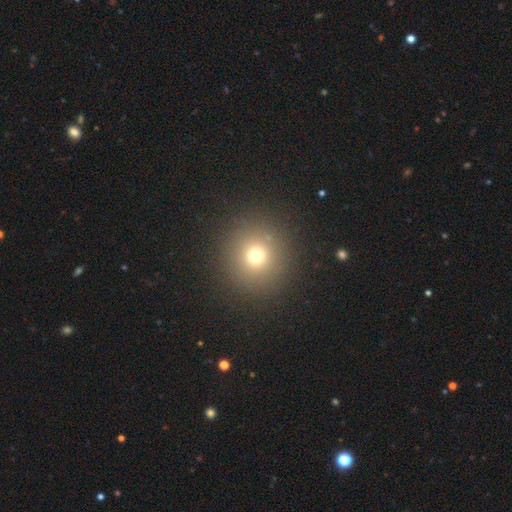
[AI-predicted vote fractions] smooth-or-featured: smooth: 70% | star or artifact: 21% | featured or disk: 9%
  how-rounded: round: 92% | in between: 7% | cigar-shaped: 1%
  merging: none: 89% | minor disturbance: 6% | major disturbance: 4% | merger: 1%